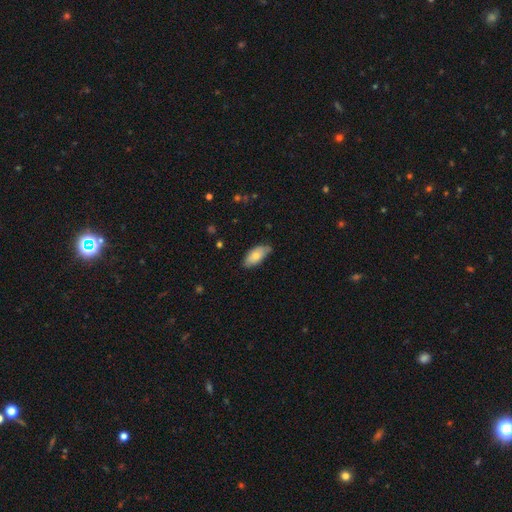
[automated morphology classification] Overall: smooth (73%). How rounded: in between (90%). Merging: none (69%).